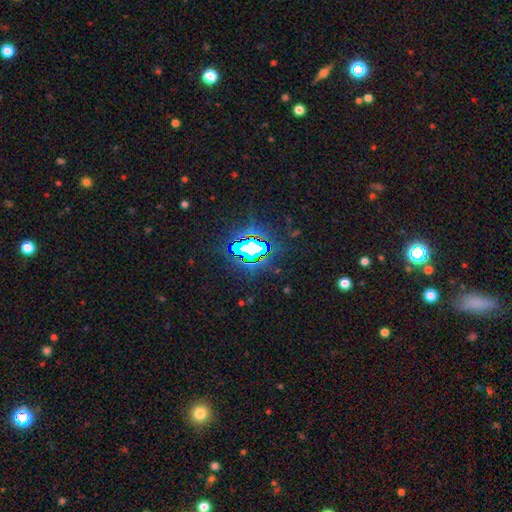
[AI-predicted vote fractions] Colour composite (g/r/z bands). It shows a star or artifact, not a galaxy (74%).